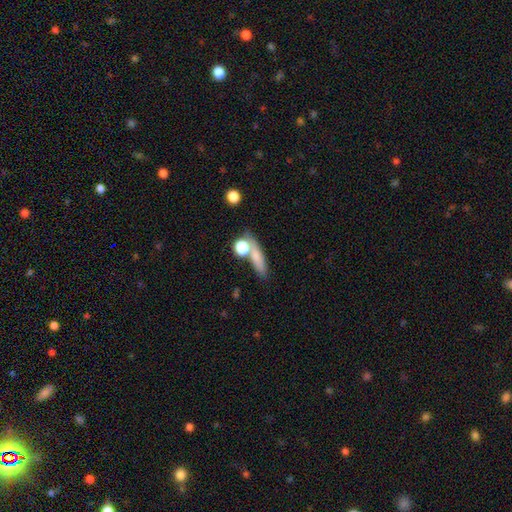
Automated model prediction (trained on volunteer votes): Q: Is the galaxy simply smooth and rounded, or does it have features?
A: smooth — 73%.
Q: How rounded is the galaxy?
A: cigar-shaped — 52%.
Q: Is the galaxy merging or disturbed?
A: none — 61%.